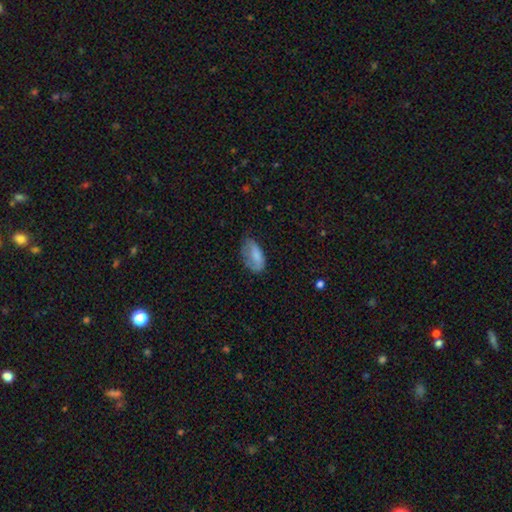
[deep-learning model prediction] Morphology: type=smooth (76%); roundness=in between (92%); merging=none (47%).